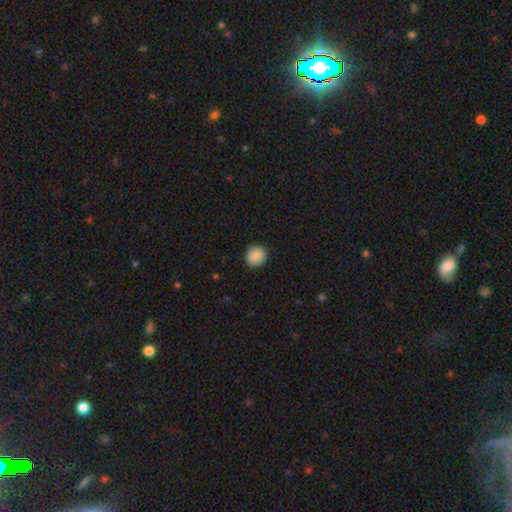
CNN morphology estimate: smooth_or_featured: smooth (p=0.89) [alt: star or artifact p=0.08]
how_rounded: round (p=0.83) [alt: in between p=0.16]
merging: none (p=0.91) [alt: minor disturbance p=0.07]